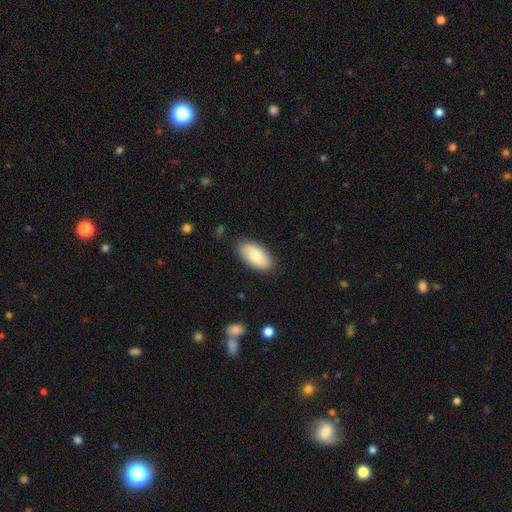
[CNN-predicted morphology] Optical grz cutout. It shows a smooth galaxy with no disk features (73%) that is in between round and cigar-shaped (94%). Merging: none (85%).